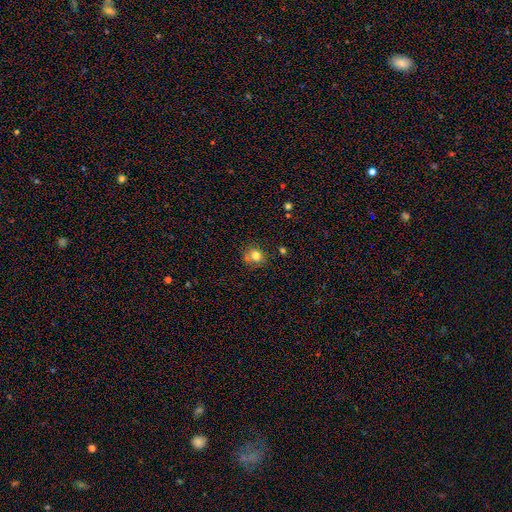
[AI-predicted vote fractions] Smooth or featured: smooth — 76% (star or artifact — 13%)
How rounded: round — 74% (in between — 25%)
Merging: none — 62% (minor disturbance — 17%)